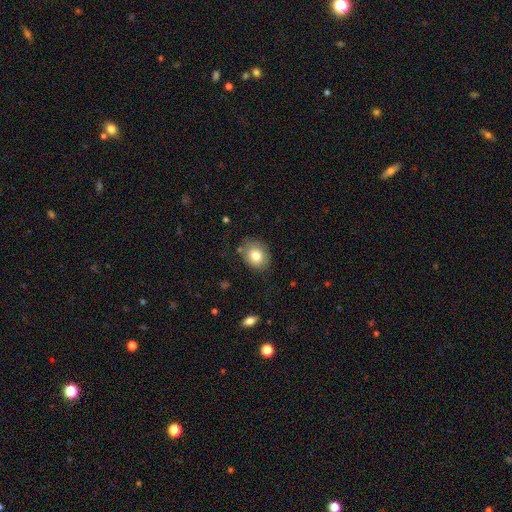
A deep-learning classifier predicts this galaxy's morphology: This is likely a smooth galaxy (80%). How rounded: possibly in between (52%). Merging: likely none (77%).